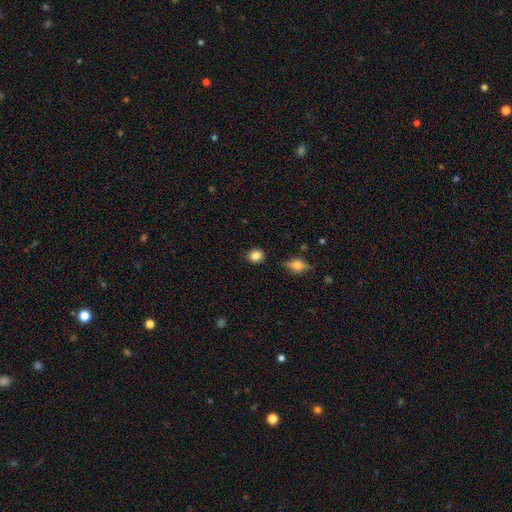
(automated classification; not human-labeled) smooth-or-featured: smooth: 84% | star or artifact: 10% | featured or disk: 7%
  how-rounded: round: 72% | in between: 26% | cigar-shaped: 2%
  merging: none: 86% | minor disturbance: 10% | major disturbance: 2% | merger: 2%